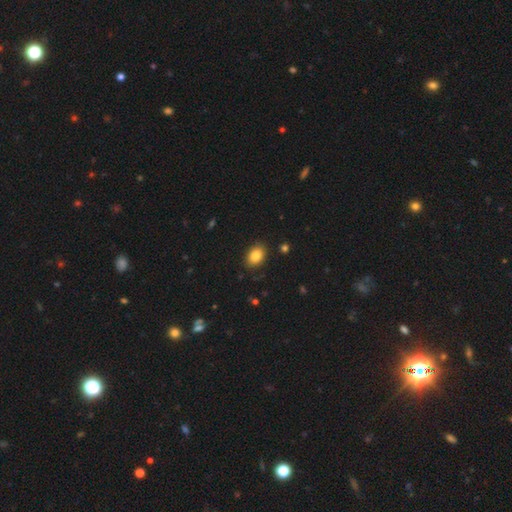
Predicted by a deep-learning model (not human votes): smooth 85%, star or artifact 9%, featured or disk 6%. Down the decision tree: how rounded — in between (74%); merging — none (87%).